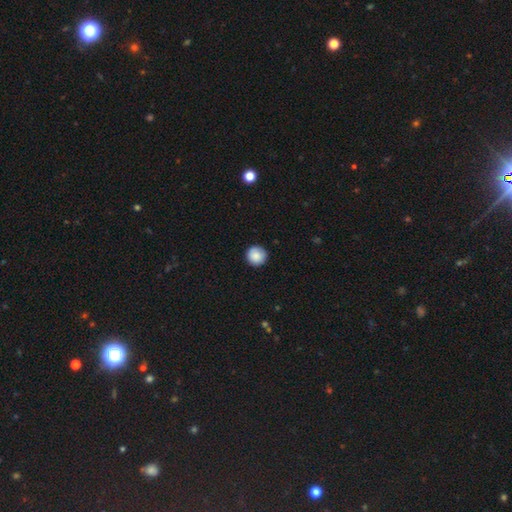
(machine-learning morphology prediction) Smooth or featured? smooth (87%)
How rounded? round (95%)
Merging? none (90%)